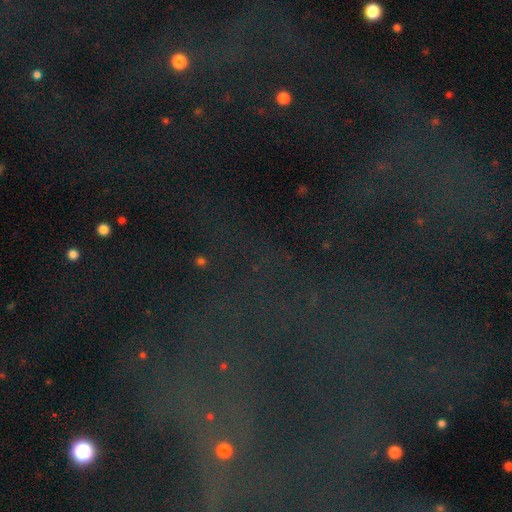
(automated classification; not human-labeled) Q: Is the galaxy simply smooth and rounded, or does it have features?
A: star or artifact — 79%.